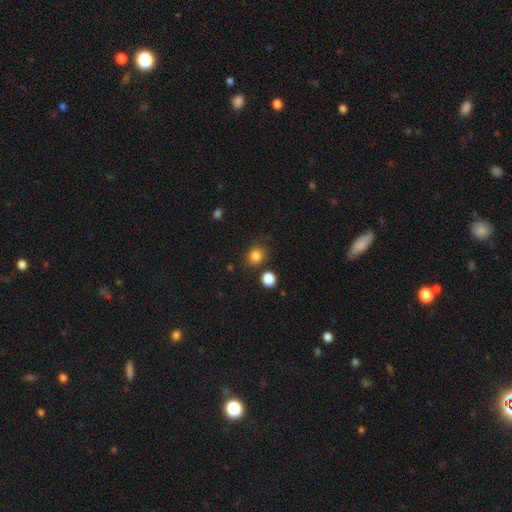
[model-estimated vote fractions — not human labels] This appears to be a smooth galaxy with no disk features (84%) that is round (76%). Merging: none (80%).